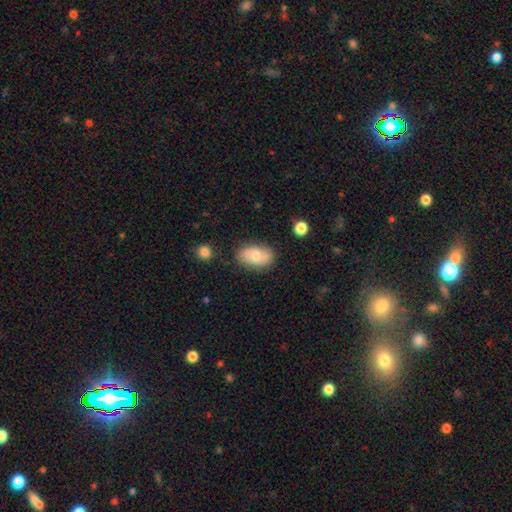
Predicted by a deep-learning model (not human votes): The model was most divided on "smooth or featured": smooth: 65%, featured or disk: 28%, star or artifact: 7%. More confident: how rounded — in between (91%); merging — none (75%).